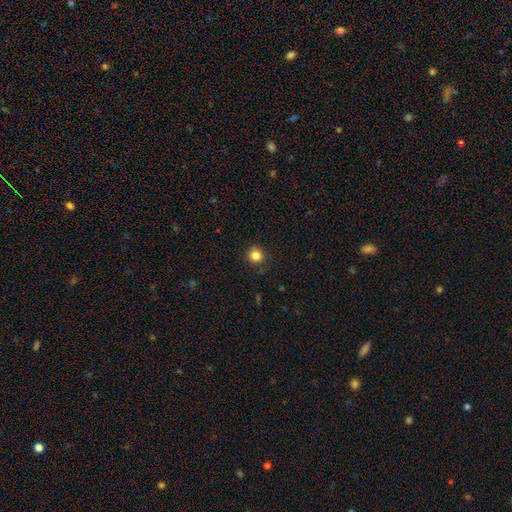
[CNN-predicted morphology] A smooth galaxy with no disk features (83%) that is round (94%).

Vote fractions:
- Smooth or featured? smooth: 83% / star or artifact: 12% / featured or disk: 5%
- How rounded? round: 94% / in between: 5% / cigar-shaped: 1%
- Merging? none: 89% / minor disturbance: 8% / major disturbance: 2% / merger: 1%